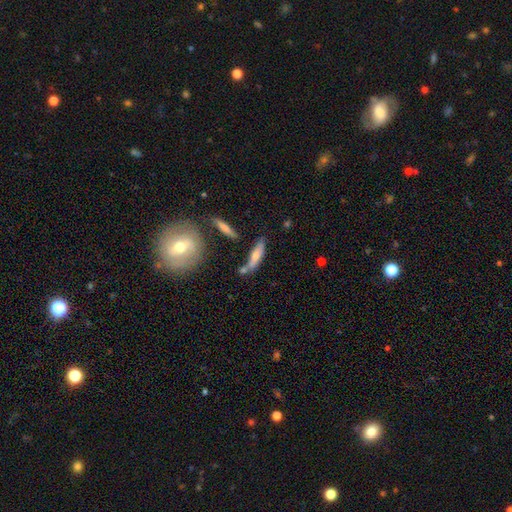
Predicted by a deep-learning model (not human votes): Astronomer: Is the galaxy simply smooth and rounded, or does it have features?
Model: smooth — 59%.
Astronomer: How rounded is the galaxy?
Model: cigar-shaped — 67%.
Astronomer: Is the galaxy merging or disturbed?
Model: none — 56%.